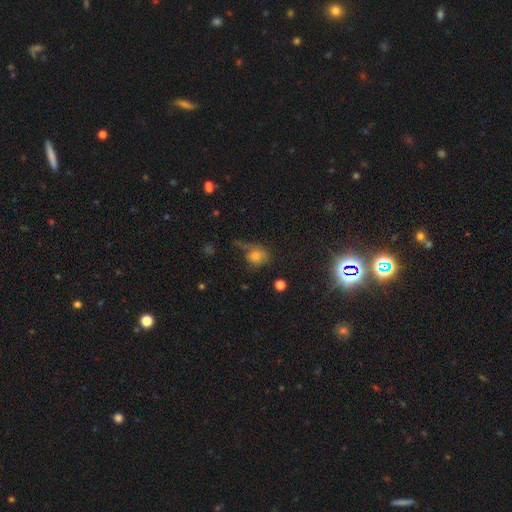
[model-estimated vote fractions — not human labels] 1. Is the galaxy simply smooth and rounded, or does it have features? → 67% smooth, 16% star or artifact, 16% featured or disk.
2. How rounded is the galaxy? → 58% round, 40% in between, 2% cigar-shaped.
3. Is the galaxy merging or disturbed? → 41% none, 29% minor disturbance, 24% major disturbance, 7% merger.